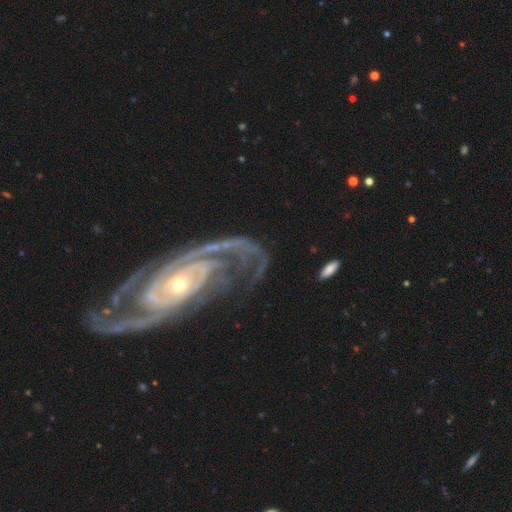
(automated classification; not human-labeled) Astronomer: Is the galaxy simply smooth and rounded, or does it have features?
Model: featured or disk — 91%.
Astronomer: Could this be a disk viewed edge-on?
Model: no — 96%.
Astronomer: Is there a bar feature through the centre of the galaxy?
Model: no — 63%.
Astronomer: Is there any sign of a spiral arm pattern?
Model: yes — 98%.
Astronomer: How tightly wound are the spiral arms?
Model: tight — 51% (runner-up: medium, 38%).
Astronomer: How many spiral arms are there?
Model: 2 — 56%.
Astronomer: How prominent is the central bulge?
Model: small — 65%.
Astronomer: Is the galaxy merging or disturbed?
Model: none — 67%.